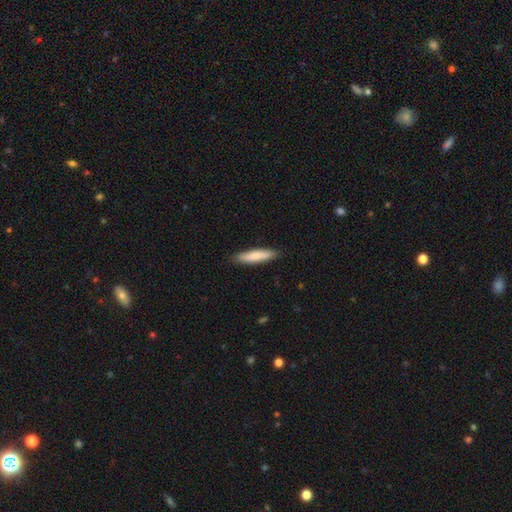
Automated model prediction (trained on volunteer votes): A smooth galaxy with no disk features (78%) that is cigar-shaped (83%).

Vote fractions:
- Smooth or featured? smooth: 78% / featured or disk: 17% / star or artifact: 5%
- How rounded? cigar-shaped: 83% / in between: 16% / round: 1%
- Merging? none: 89% / minor disturbance: 8% / major disturbance: 2% / merger: 1%